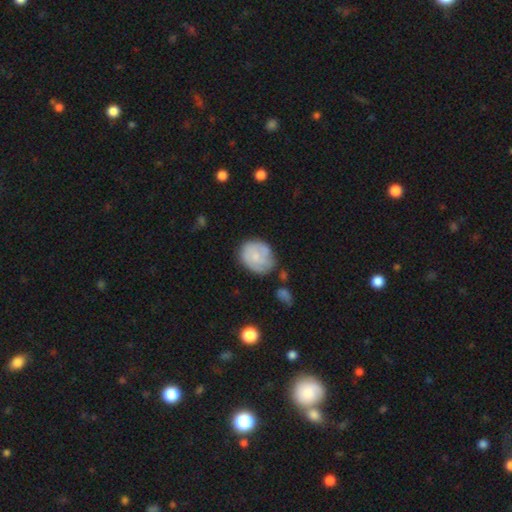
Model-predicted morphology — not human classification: Smooth or featured?
  - smooth: 51% *
  - featured or disk: 43%
  - star or artifact: 7%
How rounded?
  - round: 58% *
  - in between: 41%
  - cigar-shaped: 1%
Merging?
  - none: 63% *
  - minor disturbance: 24%
  - major disturbance: 8%
  - merger: 4%